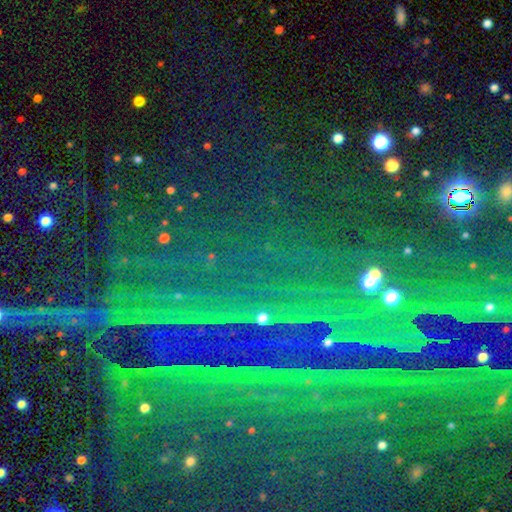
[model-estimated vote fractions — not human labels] Overall: star or artifact (87%).